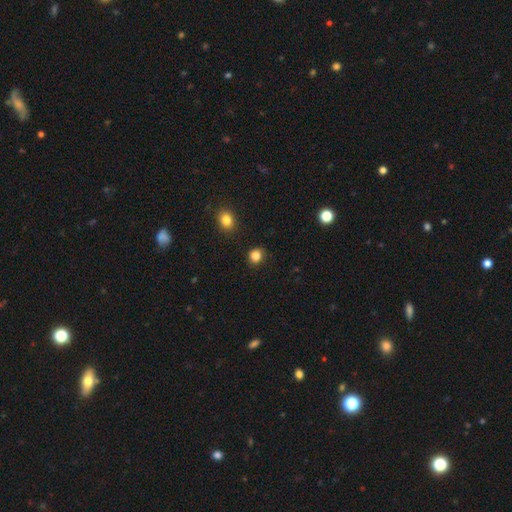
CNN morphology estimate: Smooth or featured? Predicted: smooth (p=0.85). How rounded? Predicted: round (p=0.80). Merging? Predicted: none (p=0.87).